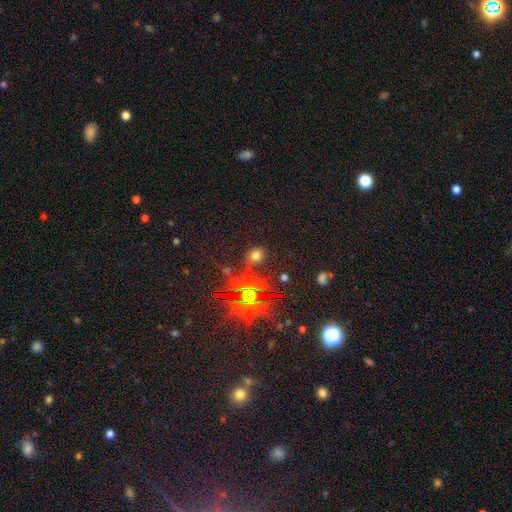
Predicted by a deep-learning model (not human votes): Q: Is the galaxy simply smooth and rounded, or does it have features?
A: smooth — 60%.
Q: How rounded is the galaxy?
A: round — 73%.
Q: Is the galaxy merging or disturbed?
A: none — 82%.